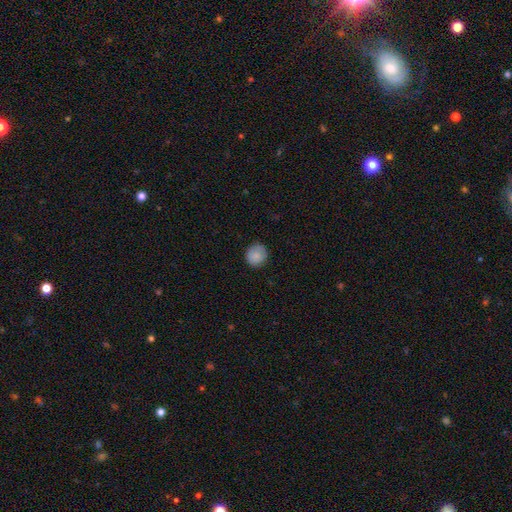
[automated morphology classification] This is clearly a smooth galaxy (85%). How rounded: clearly round (88%). Merging: clearly none (83%).